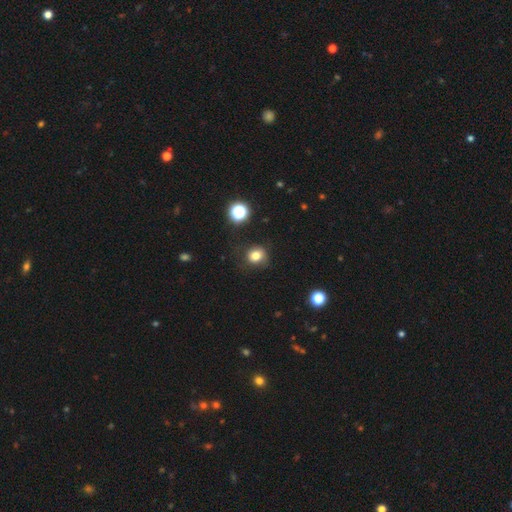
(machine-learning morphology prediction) smooth 79%, star or artifact 14%, featured or disk 7%. Down the decision tree: how rounded — round (79%); merging — none (76%).